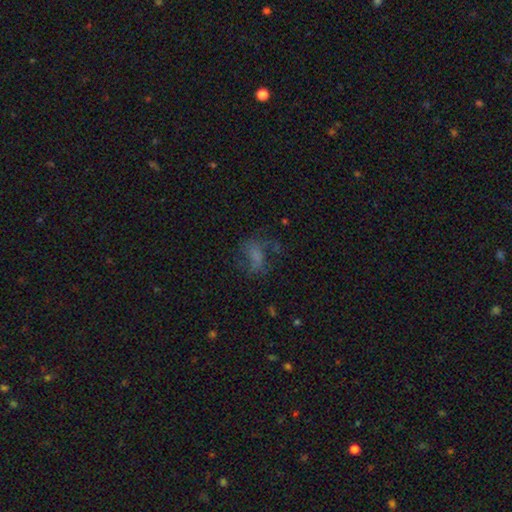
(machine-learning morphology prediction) A smooth galaxy with no disk features (41%).

Vote fractions:
- Smooth or featured? smooth: 41% / featured or disk: 38% / star or artifact: 21%
- Merging? none: 48% / major disturbance: 30% / minor disturbance: 19% / merger: 3%